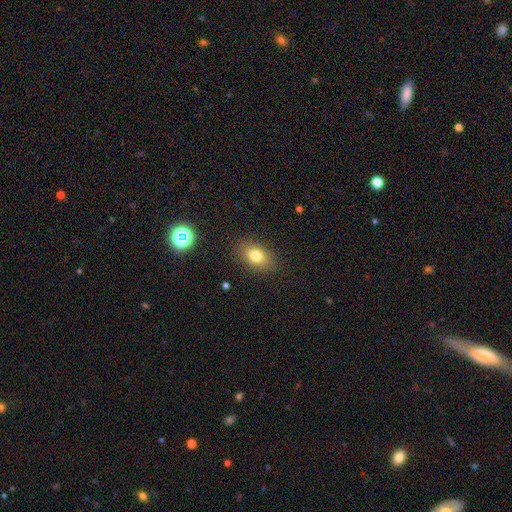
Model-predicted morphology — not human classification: smooth_or_featured: smooth (p=0.77) [alt: featured or disk p=0.11]
how_rounded: in between (p=0.82) [alt: round p=0.16]
merging: none (p=0.86) [alt: minor disturbance p=0.10]